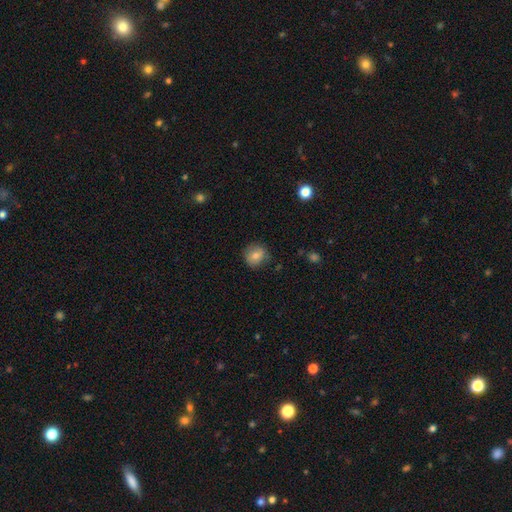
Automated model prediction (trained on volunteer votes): This is likely a smooth galaxy (74%). How rounded: clearly round (86%). Merging: clearly none (81%).